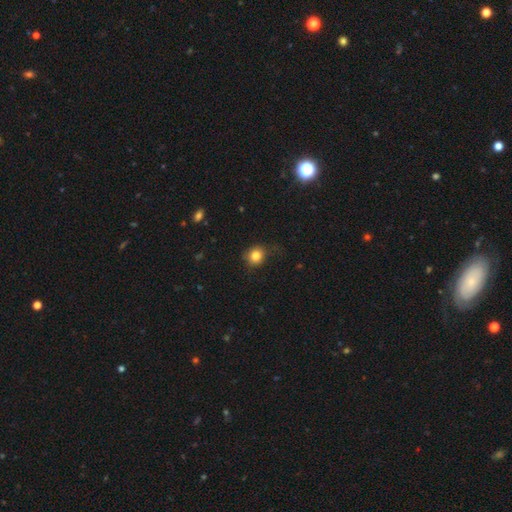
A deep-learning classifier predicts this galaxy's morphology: This appears to be a smooth galaxy with no disk features (82%) that is round (81%). Merging: none (72%).